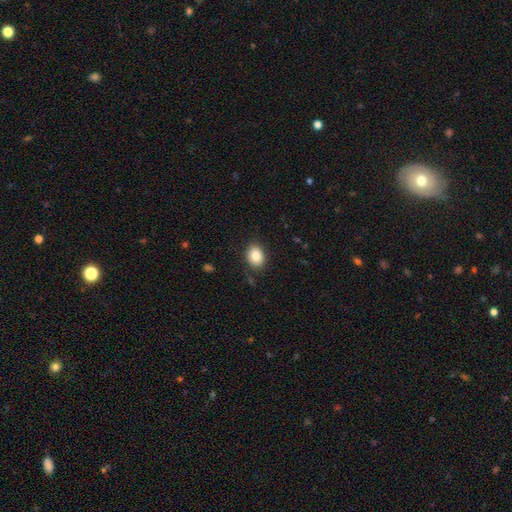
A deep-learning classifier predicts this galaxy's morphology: type=smooth (84%); roundness=in between (59%); merging=none (84%).